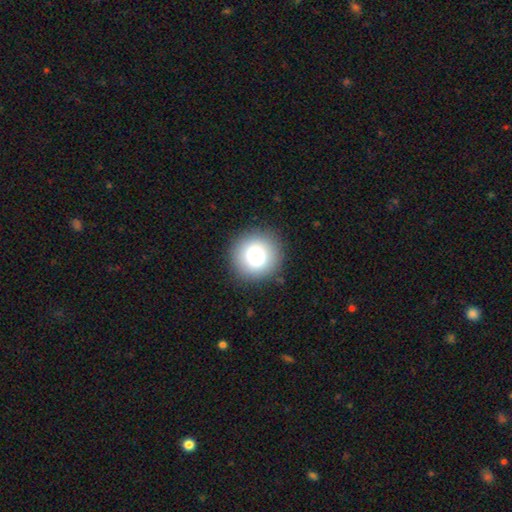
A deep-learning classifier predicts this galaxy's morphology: A smooth galaxy with no disk features (79%) that is round (94%). Merging: none (89%).